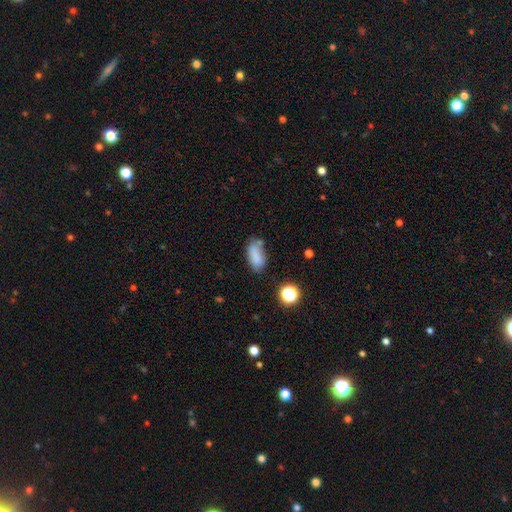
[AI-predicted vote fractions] smooth_or_featured: smooth (p=0.81) [alt: star or artifact p=0.11]
how_rounded: in between (p=0.87) [alt: cigar-shaped p=0.08]
merging: none (p=0.59) [alt: minor disturbance p=0.24]